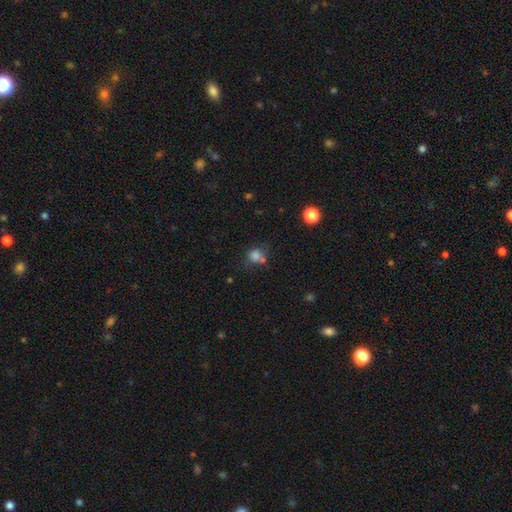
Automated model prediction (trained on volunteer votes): Smooth or featured: smooth — 78% (star or artifact — 14%)
How rounded: round — 76% (in between — 23%)
Merging: none — 51% (merger — 24%)